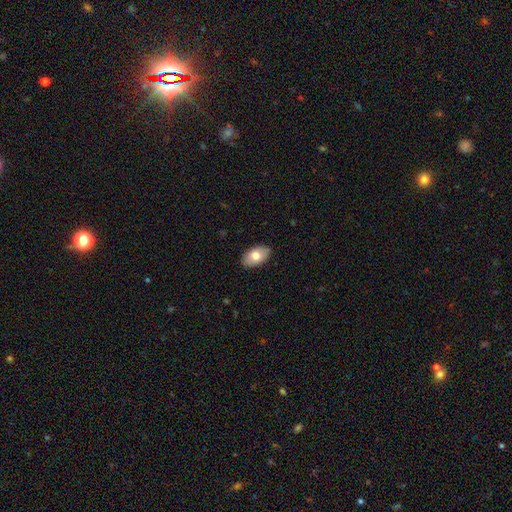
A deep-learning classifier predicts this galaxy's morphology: The model was most divided on "smooth or featured": smooth: 75%, featured or disk: 19%, star or artifact: 6%. More confident: how rounded — in between (94%); merging — none (87%).